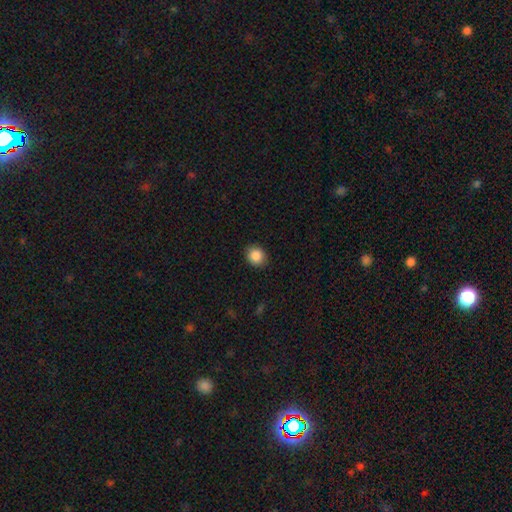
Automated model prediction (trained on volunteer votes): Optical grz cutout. It shows a smooth galaxy with no disk features (88%) that is round (71%). Merging: none (89%).